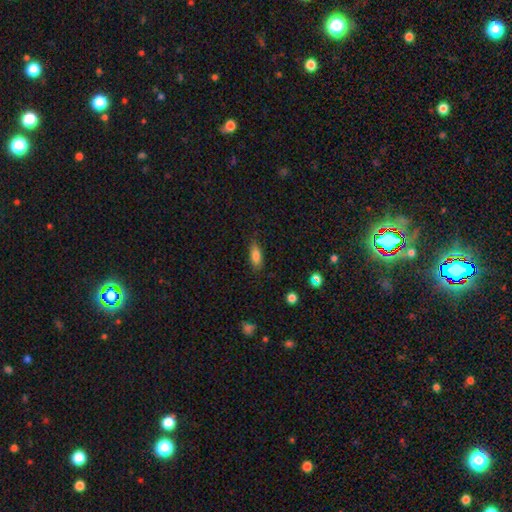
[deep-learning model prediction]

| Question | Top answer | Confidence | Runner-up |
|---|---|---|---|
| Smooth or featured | smooth | 82% | featured or disk (10%) |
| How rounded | in between | 73% | cigar-shaped (24%) |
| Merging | none | 79% | minor disturbance (16%) |